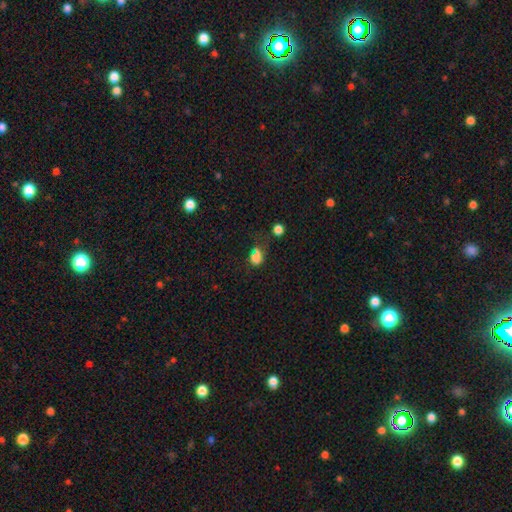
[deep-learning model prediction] A smooth galaxy with no disk features (68%) that is in between round and cigar-shaped (58%). Merging: none (48%).